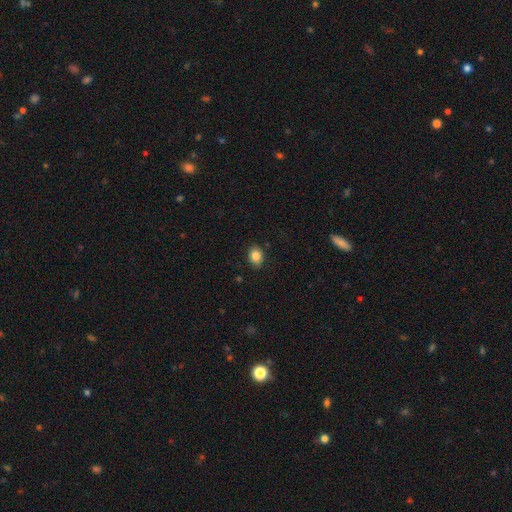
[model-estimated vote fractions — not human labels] Overall: smooth (85%). How rounded: in between (60%; round 39%). Merging: none (86%).